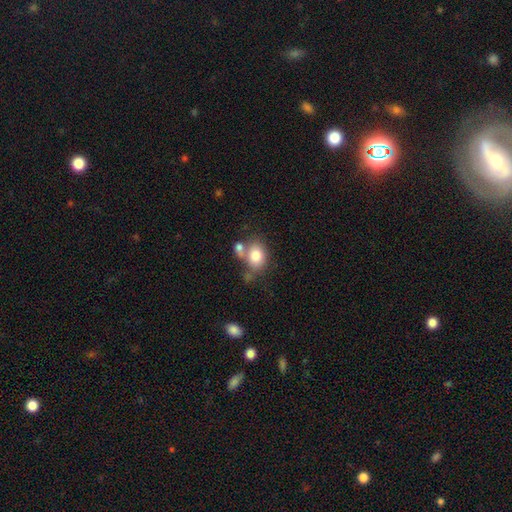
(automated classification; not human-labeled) smooth-or-featured: smooth: 79% | featured or disk: 13% | star or artifact: 9%
  how-rounded: in between: 58% | round: 41% | cigar-shaped: 1%
  merging: none: 45% | merger: 33% | minor disturbance: 15% | major disturbance: 7%